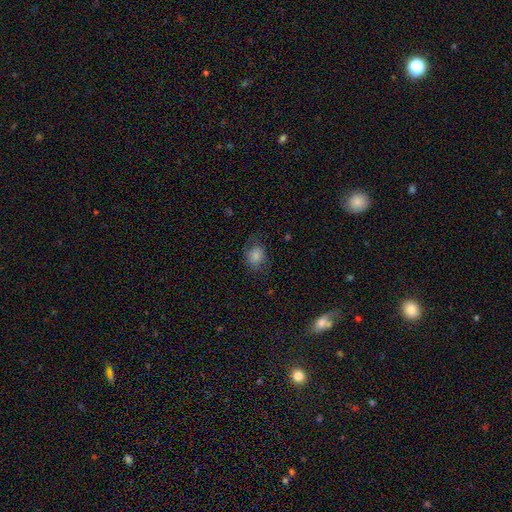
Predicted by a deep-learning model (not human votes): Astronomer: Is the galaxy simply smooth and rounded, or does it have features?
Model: smooth — 82%.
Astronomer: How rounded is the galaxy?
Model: round — 56% (runner-up: in between, 43%).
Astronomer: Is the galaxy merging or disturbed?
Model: none — 68%.